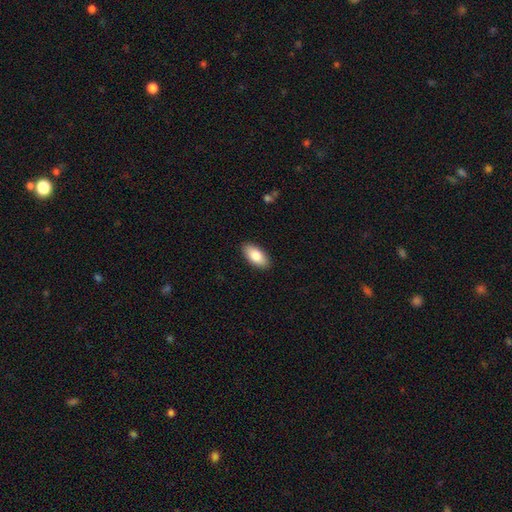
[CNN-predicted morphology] smooth-or-featured: smooth: 83% | featured or disk: 11% | star or artifact: 6%
  how-rounded: in between: 91% | cigar-shaped: 6% | round: 2%
  merging: none: 89% | minor disturbance: 8% | major disturbance: 2% | merger: 1%